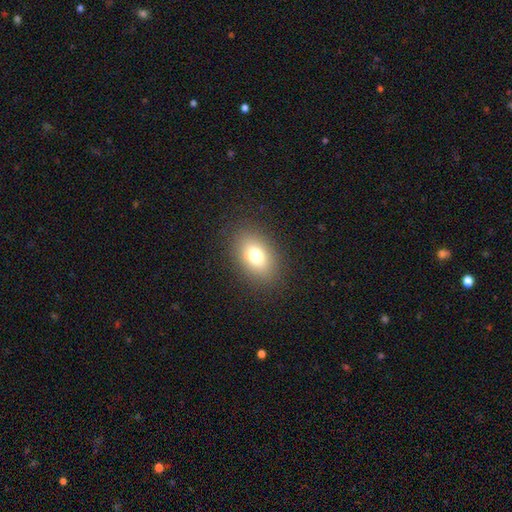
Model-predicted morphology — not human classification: The model was most divided on "smooth or featured": smooth: 76%, featured or disk: 13%, star or artifact: 11%. More confident: merging — none (86%); how rounded — in between (82%).